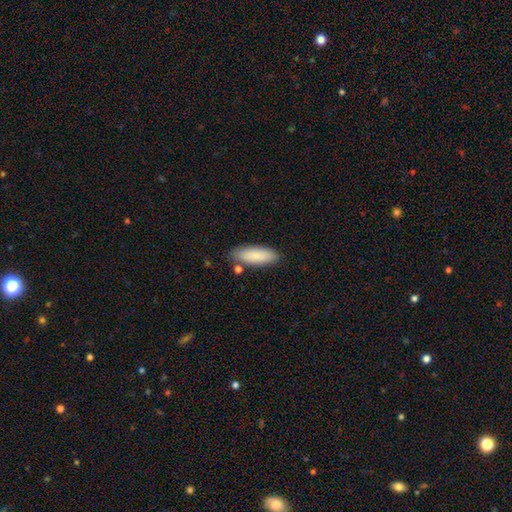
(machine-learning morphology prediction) Overall: smooth (86%). How rounded: in between (65%; cigar-shaped 33%). Merging: none (80%).